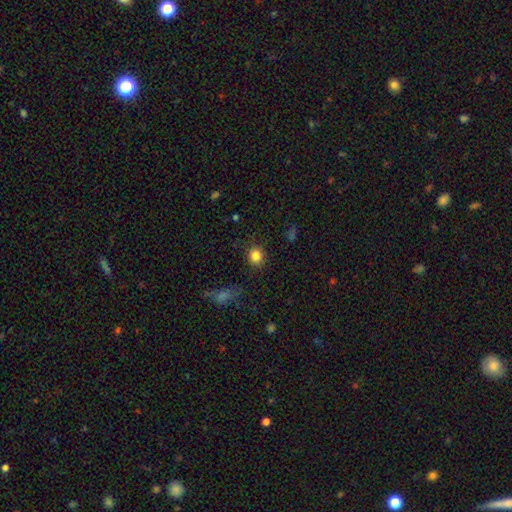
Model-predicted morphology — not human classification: Q: Smooth or featured?
A: smooth (83%); runner-up: star or artifact (11%)
Q: How rounded?
A: round (84%); runner-up: in between (15%)
Q: Merging?
A: none (87%); runner-up: minor disturbance (8%)